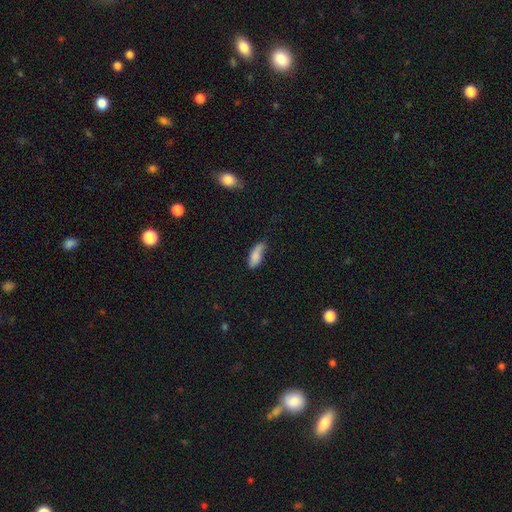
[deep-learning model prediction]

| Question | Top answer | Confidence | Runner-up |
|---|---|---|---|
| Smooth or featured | smooth | 81% | featured or disk (12%) |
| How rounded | in between | 72% | cigar-shaped (26%) |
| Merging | none | 47% | minor disturbance (38%) |